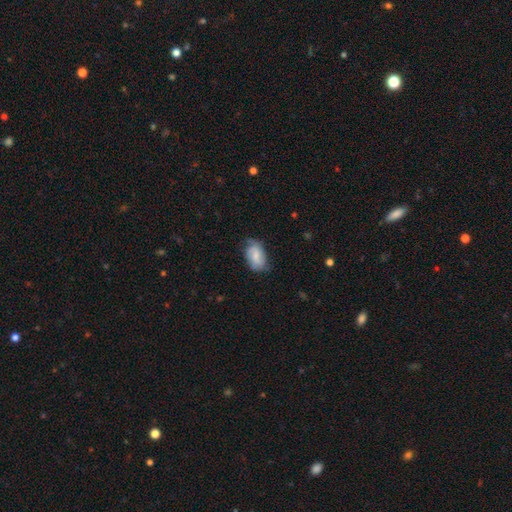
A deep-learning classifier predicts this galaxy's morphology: type=smooth (58%); roundness=in between (89%); merging=none (58%).